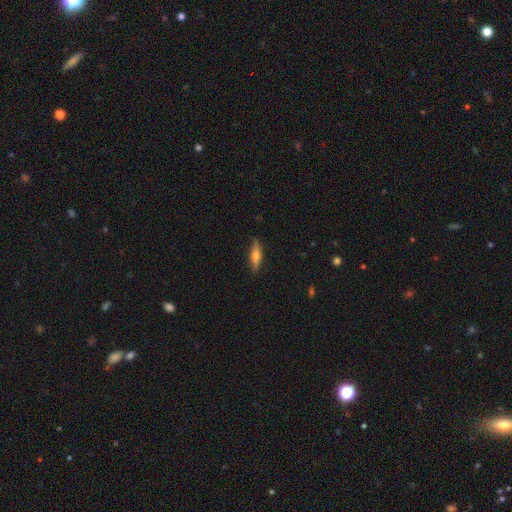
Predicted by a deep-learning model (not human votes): featured or disk 54%, smooth 39%, star or artifact 6%. Down the decision tree: edge-on disk — yes (95%); edge-on bulge — rounded (89%); merging — none (87%).